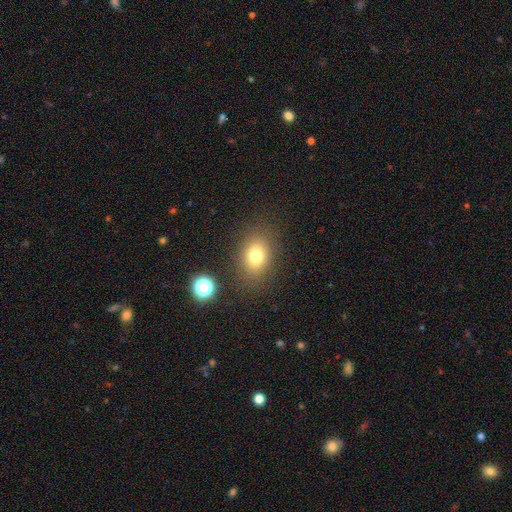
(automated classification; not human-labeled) Smooth or featured?
  - smooth: 76% *
  - star or artifact: 14%
  - featured or disk: 10%
How rounded?
  - in between: 59% *
  - round: 40%
  - cigar-shaped: 1%
Merging?
  - none: 82% *
  - minor disturbance: 11%
  - major disturbance: 5%
  - merger: 3%